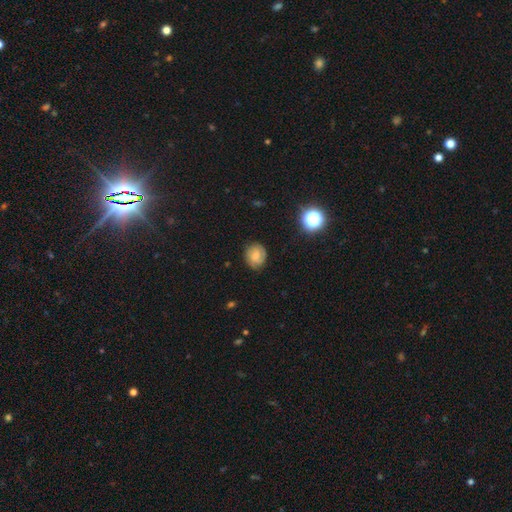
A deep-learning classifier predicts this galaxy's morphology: Q: Smooth or featured?
A: smooth (54%); runner-up: featured or disk (34%)
Q: How rounded?
A: round (72%); runner-up: in between (27%)
Q: Merging?
A: none (79%); runner-up: minor disturbance (16%)